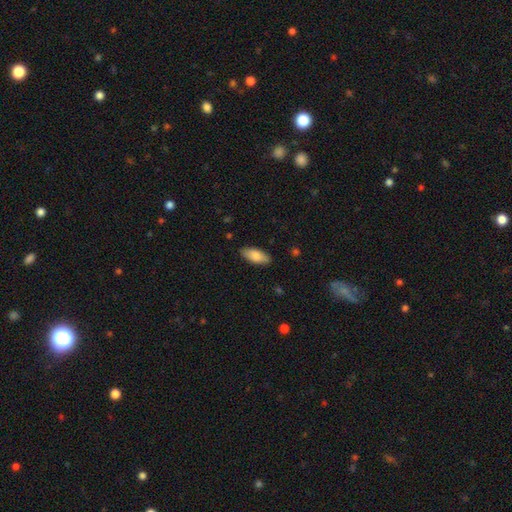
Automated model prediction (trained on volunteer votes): Morphology: type=smooth (84%); roundness=in between (85%); merging=none (86%).